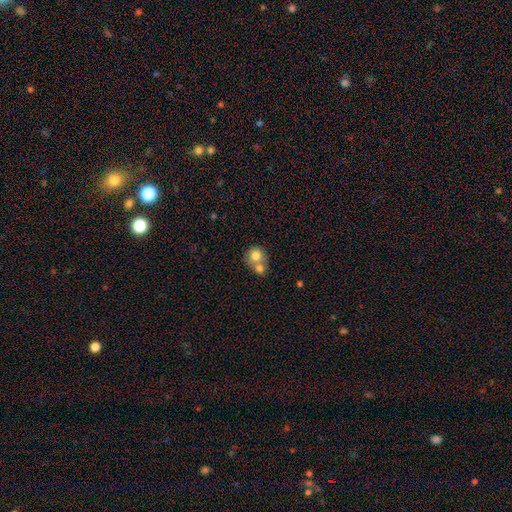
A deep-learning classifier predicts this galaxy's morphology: This appears to be a smooth galaxy with no disk features (76%) that is round (82%). Merging: merger (61%).